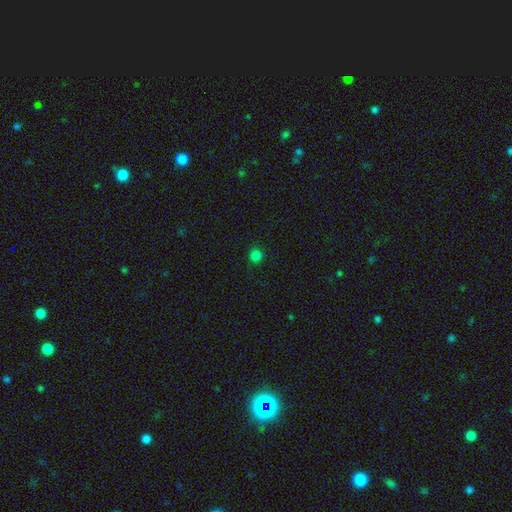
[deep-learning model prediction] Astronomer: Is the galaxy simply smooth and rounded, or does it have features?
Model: smooth — 81%.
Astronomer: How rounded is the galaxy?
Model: round — 94%.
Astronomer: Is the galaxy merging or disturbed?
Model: none — 91%.